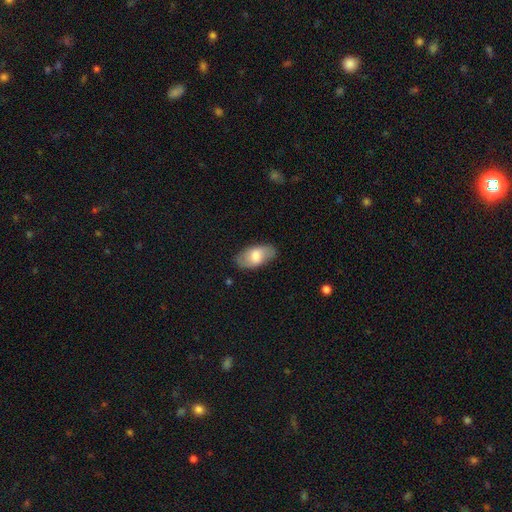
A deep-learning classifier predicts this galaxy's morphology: type=smooth (66%); roundness=in between (93%); merging=none (81%).